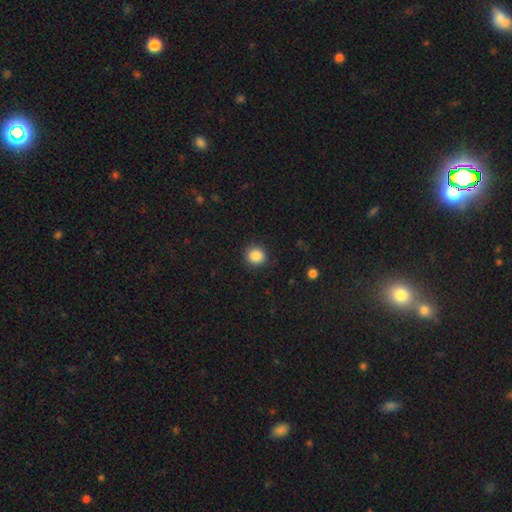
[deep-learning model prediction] Smooth or featured? smooth (87%)
How rounded? round (90%)
Merging? none (89%)